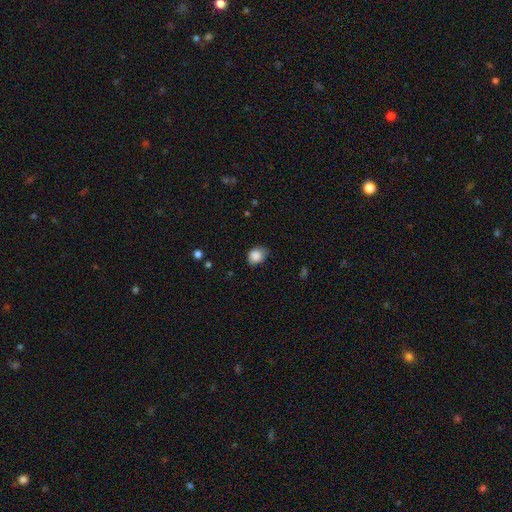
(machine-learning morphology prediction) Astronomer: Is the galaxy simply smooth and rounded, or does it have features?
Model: smooth — 86%.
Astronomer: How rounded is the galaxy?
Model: round — 54% (runner-up: in between, 45%).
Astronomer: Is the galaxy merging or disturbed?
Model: none — 59%.